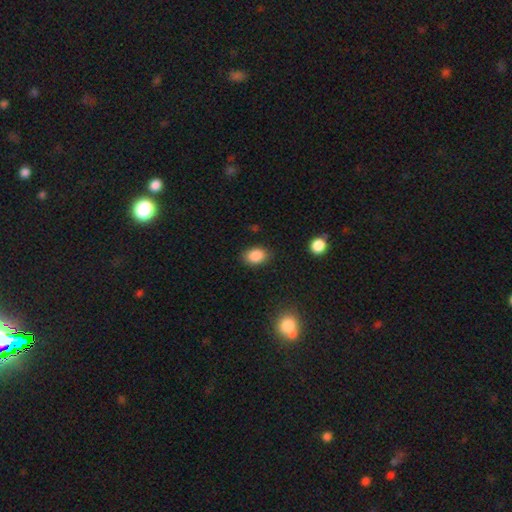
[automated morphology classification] type=smooth (87%); roundness=in between (75%); merging=none (84%).